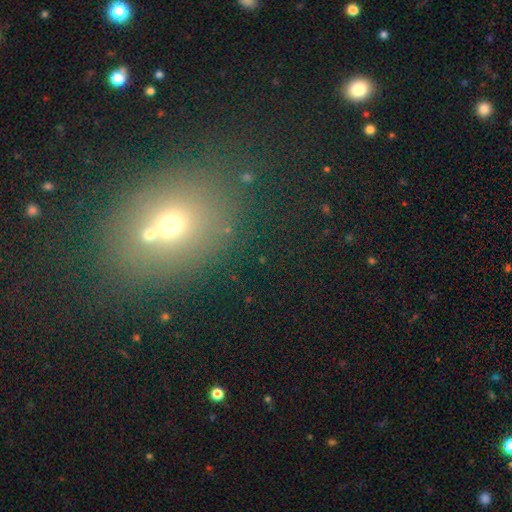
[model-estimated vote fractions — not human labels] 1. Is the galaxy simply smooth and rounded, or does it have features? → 54% smooth, 29% star or artifact, 17% featured or disk.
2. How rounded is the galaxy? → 50% round, 48% in between, 1% cigar-shaped.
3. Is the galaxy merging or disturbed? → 53% none, 33% merger, 9% minor disturbance, 5% major disturbance.